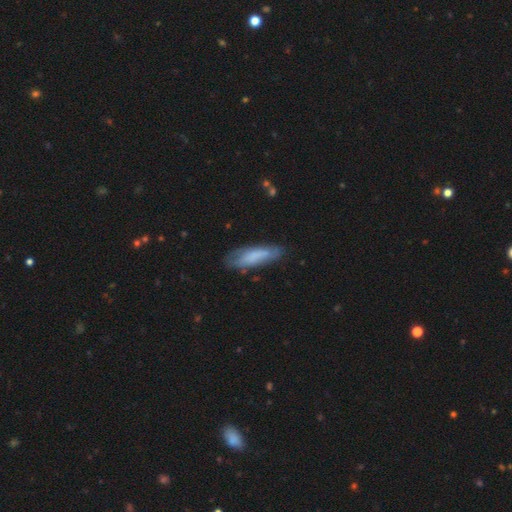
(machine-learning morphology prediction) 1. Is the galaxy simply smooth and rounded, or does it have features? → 67% smooth, 26% featured or disk, 7% star or artifact.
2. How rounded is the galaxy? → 55% cigar-shaped, 44% in between, 2% round.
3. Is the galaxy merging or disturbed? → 65% none, 25% minor disturbance, 8% major disturbance, 3% merger.